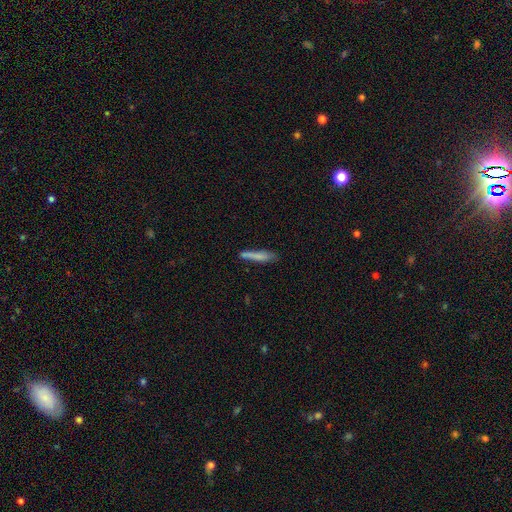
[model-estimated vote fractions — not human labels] Smooth or featured?
  - smooth: 75% *
  - featured or disk: 18%
  - star or artifact: 7%
How rounded?
  - cigar-shaped: 89% *
  - in between: 9%
  - round: 2%
Merging?
  - none: 64% *
  - minor disturbance: 22%
  - merger: 7%
  - major disturbance: 7%